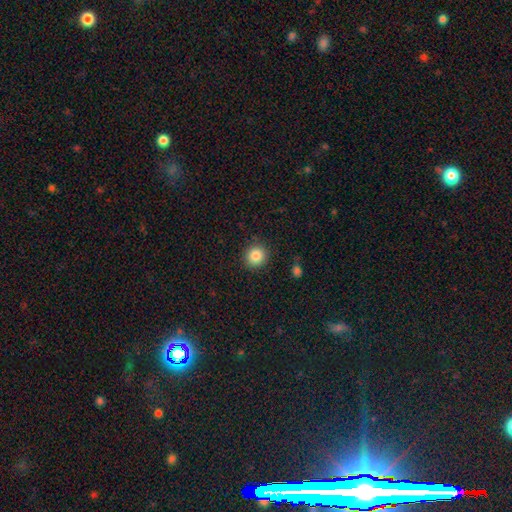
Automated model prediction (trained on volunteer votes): A smooth galaxy with no disk features (85%) that is round (89%).

Vote fractions:
- Smooth or featured? smooth: 85% / star or artifact: 10% / featured or disk: 5%
- How rounded? round: 89% / in between: 10% / cigar-shaped: 1%
- Merging? none: 89% / minor disturbance: 7% / major disturbance: 2% / merger: 1%